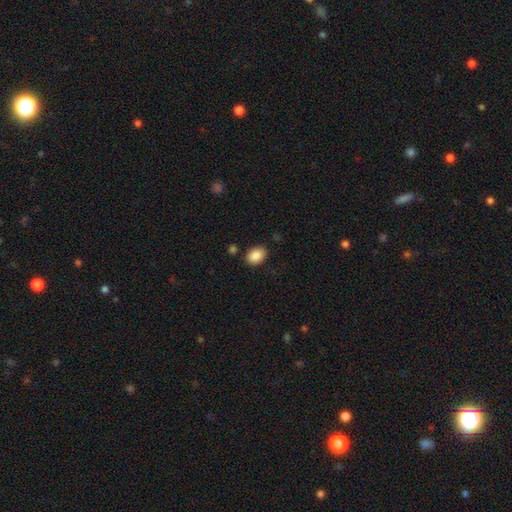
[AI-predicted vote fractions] Smooth or featured? Predicted: smooth (p=0.88). How rounded? Predicted: in between (p=0.74). Merging? Predicted: none (p=0.85).